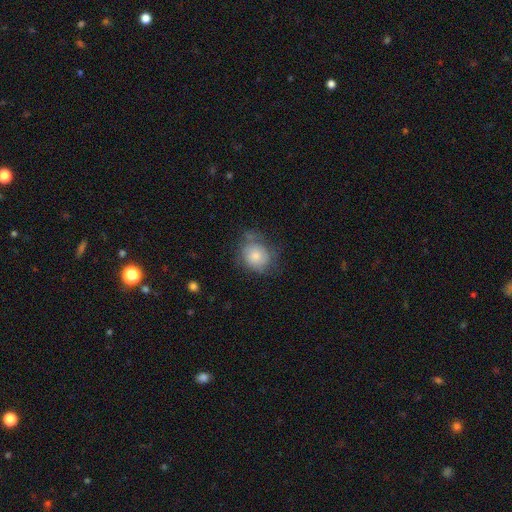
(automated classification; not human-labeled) Smooth or featured?
  - smooth: 71% *
  - featured or disk: 21%
  - star or artifact: 8%
How rounded?
  - round: 72% *
  - in between: 27%
  - cigar-shaped: 1%
Merging?
  - none: 51% *
  - minor disturbance: 31%
  - major disturbance: 14%
  - merger: 4%